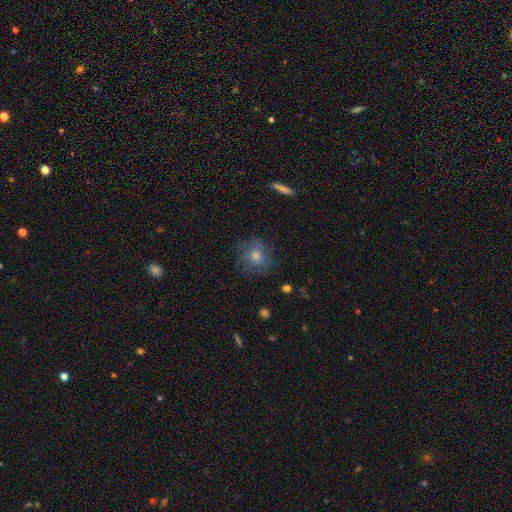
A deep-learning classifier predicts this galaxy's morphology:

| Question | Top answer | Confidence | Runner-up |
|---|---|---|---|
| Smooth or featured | featured or disk | 46% | smooth (37%) |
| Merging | none | 77% | minor disturbance (15%) |